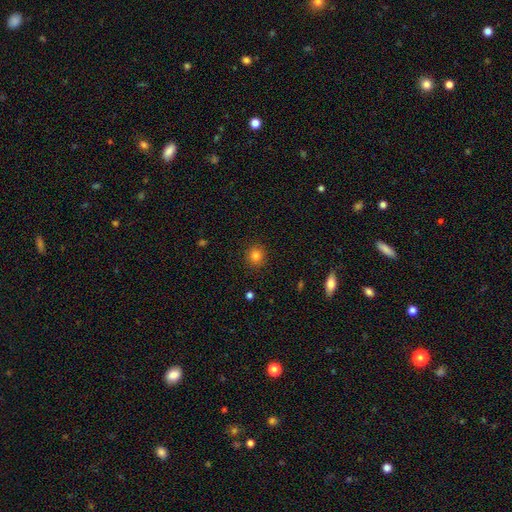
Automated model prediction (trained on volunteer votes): A smooth galaxy with no disk features (83%) that is round (89%).

Vote fractions:
- Smooth or featured? smooth: 83% / star or artifact: 12% / featured or disk: 6%
- How rounded? round: 89% / in between: 10% / cigar-shaped: 1%
- Merging? none: 90% / minor disturbance: 6% / major disturbance: 2% / merger: 1%